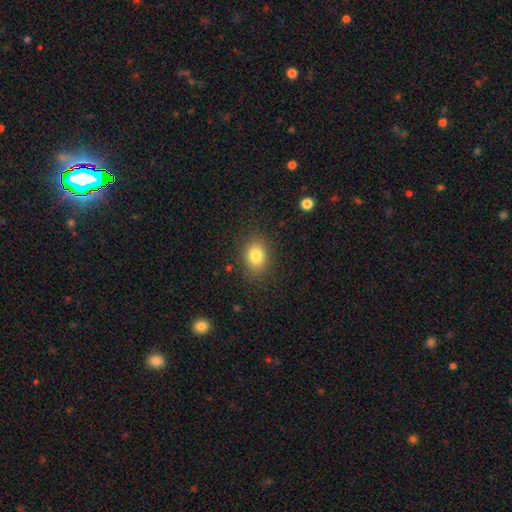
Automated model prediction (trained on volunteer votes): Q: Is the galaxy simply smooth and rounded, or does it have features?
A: smooth — 82%.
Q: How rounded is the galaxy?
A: in between — 65%.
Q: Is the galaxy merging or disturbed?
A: none — 85%.